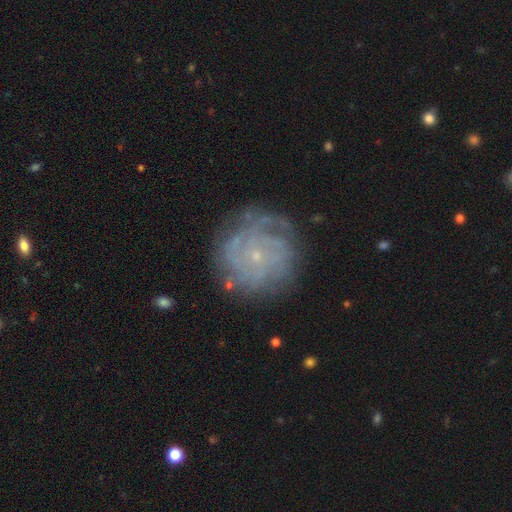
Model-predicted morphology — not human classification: Q: Smooth or featured?
A: featured or disk (75%); runner-up: smooth (16%)
Q: Edge-on disk?
A: no (97%); runner-up: yes (3%)
Q: Bar?
A: no (82%); runner-up: weak (15%)
Q: Spiral arms?
A: yes (89%); runner-up: no (11%)
Q: Spiral winding?
A: tight (75%); runner-up: medium (19%)
Q: Spiral arm count?
A: can't tell (43%); runner-up: 3 (14%)
Q: Bulge size?
A: small (86%); runner-up: moderate (9%)
Q: Merging?
A: none (76%); runner-up: minor disturbance (15%)